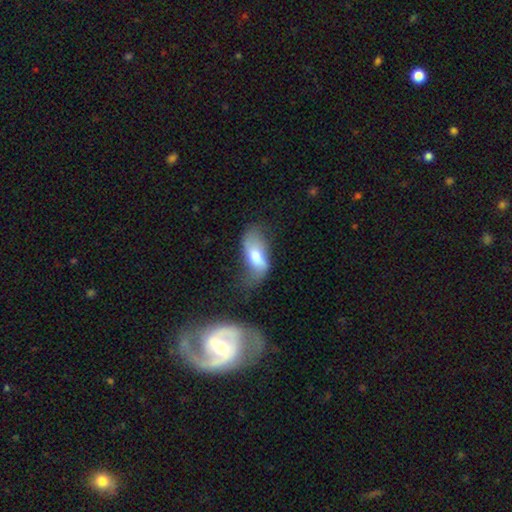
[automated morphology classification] Q: Smooth or featured?
A: smooth (53%); runner-up: featured or disk (38%)
Q: How rounded?
A: in between (85%); runner-up: cigar-shaped (11%)
Q: Merging?
A: none (38%); runner-up: minor disturbance (32%)